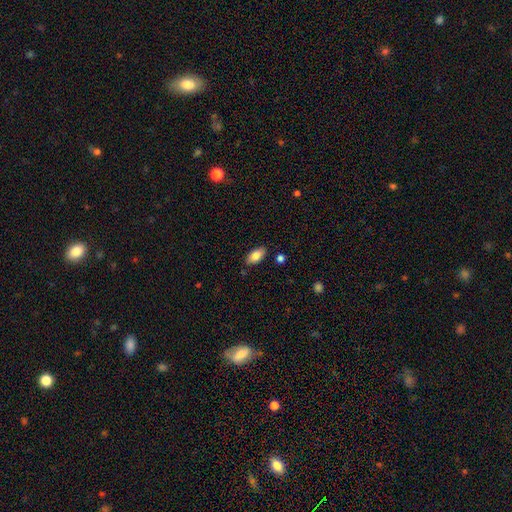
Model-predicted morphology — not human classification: A smooth galaxy with no disk features (81%) that is in between round and cigar-shaped (93%).

Vote fractions:
- Smooth or featured? smooth: 81% / featured or disk: 12% / star or artifact: 7%
- How rounded? in between: 93% / cigar-shaped: 5% / round: 3%
- Merging? none: 84% / minor disturbance: 11% / merger: 2% / major disturbance: 2%